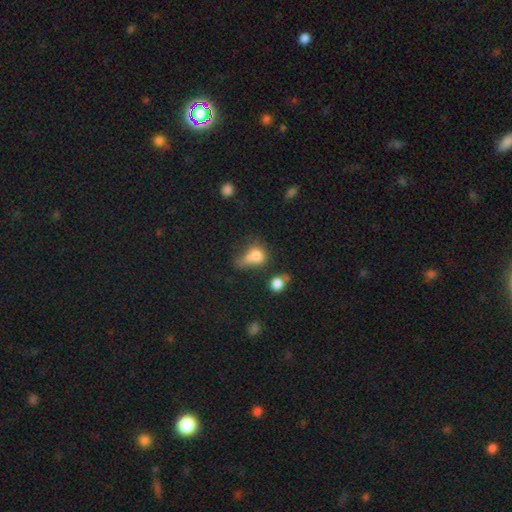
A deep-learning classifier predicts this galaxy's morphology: Smooth or featured? smooth (72%)
How rounded? round (58%)
Merging? merger (48%)